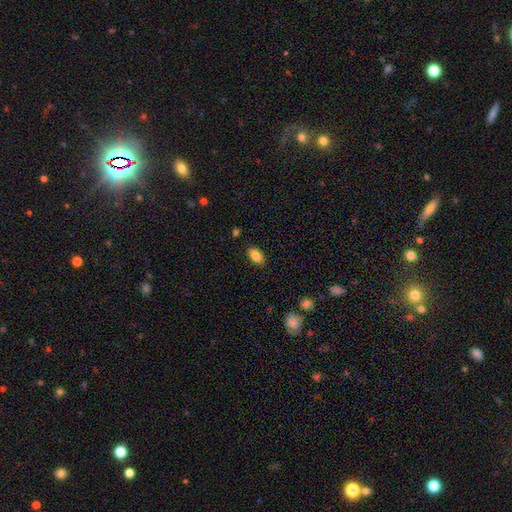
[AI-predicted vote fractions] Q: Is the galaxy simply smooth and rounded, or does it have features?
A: smooth — 86%.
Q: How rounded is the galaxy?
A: in between — 91%.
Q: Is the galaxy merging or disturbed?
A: none — 87%.